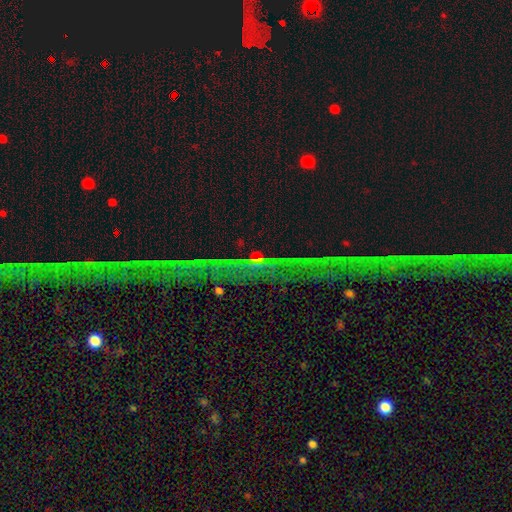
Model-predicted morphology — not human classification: The model was most divided on "smooth or featured": star or artifact: 66%, featured or disk: 18%, smooth: 16%.